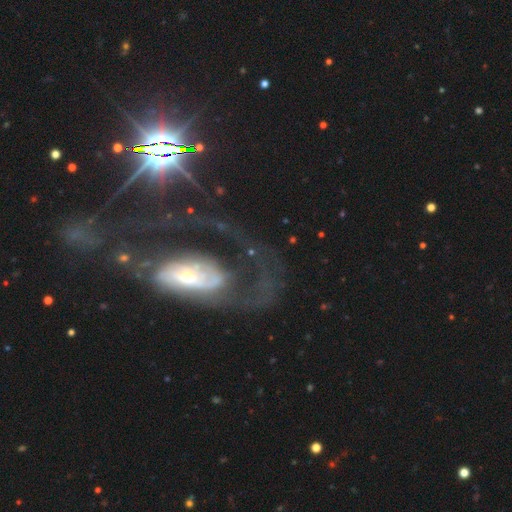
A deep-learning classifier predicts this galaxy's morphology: Overall: featured or disk (68%). Edge-on disk: no (91%). Bar: no (59%; weak 24%). Spiral arms: yes (67%; no 33%). Bulge size: moderate (43%; small 41%). Merging: none (45%; major disturbance 34%).